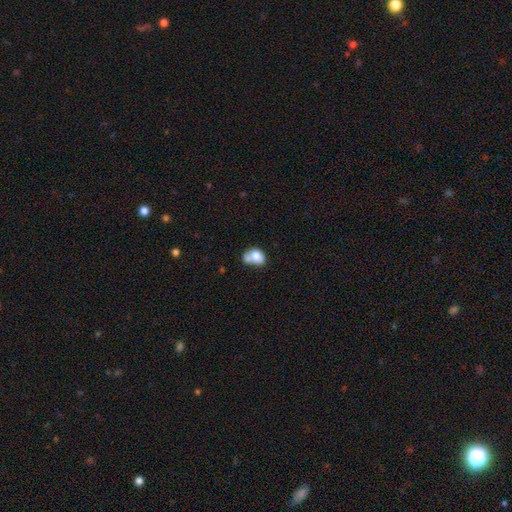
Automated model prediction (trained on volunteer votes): smooth 73%, featured or disk 18%, star or artifact 9%. Down the decision tree: how rounded — in between (62%); merging — merger (45%).